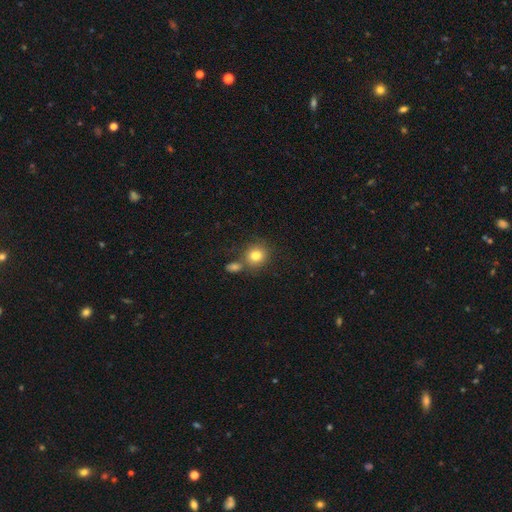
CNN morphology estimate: type=smooth (80%); roundness=round (83%); merging=none (64%).